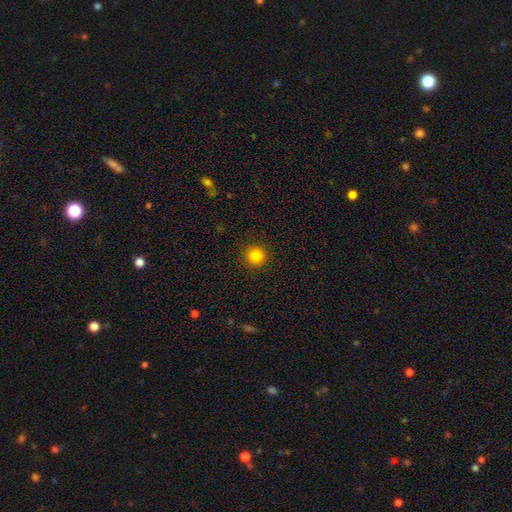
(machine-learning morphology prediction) Overall: smooth (85%). How rounded: round (95%). Merging: none (92%).